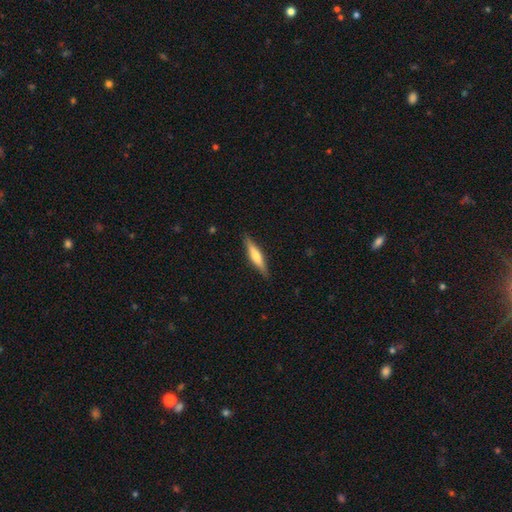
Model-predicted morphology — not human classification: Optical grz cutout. It shows a featured or disk galaxy (49%). Merging: none (89%).